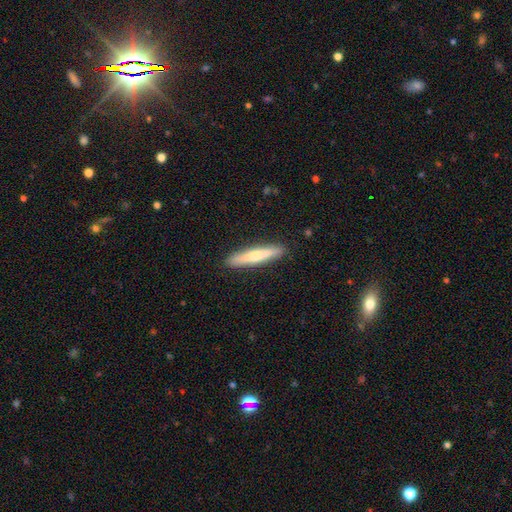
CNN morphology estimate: Overall: smooth (57%; featured or disk 38%). How rounded: cigar-shaped (92%). Merging: none (91%).